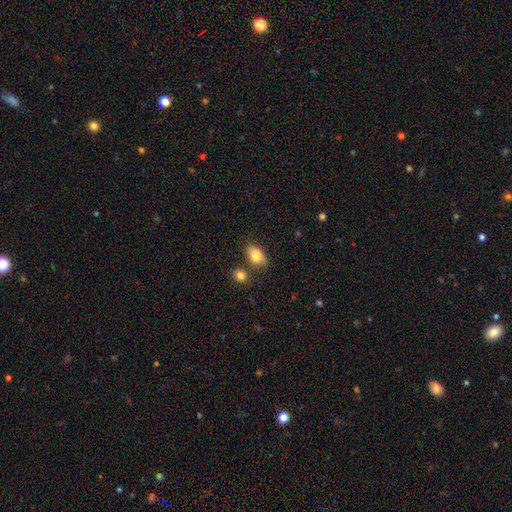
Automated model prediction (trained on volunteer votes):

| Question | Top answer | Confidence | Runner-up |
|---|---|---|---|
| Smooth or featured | smooth | 82% | featured or disk (10%) |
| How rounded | in between | 88% | round (10%) |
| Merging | none | 68% | minor disturbance (18%) |